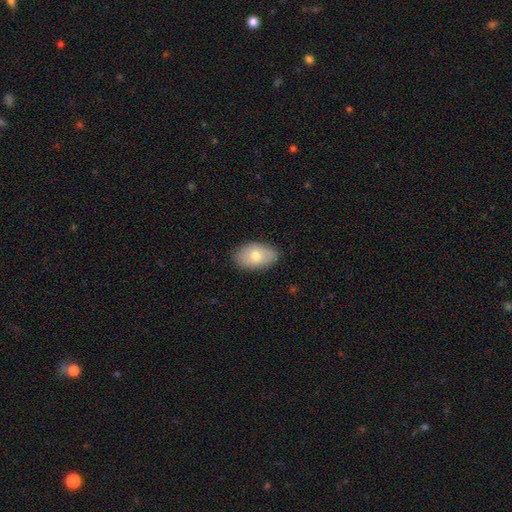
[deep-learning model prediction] Overall: smooth (70%). How rounded: in between (92%). Merging: none (84%).